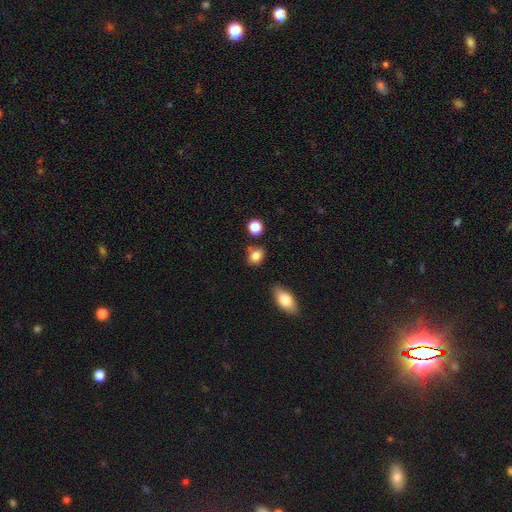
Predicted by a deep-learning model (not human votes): Smooth or featured? smooth (85%)
How rounded? round (51%)
Merging? none (72%)